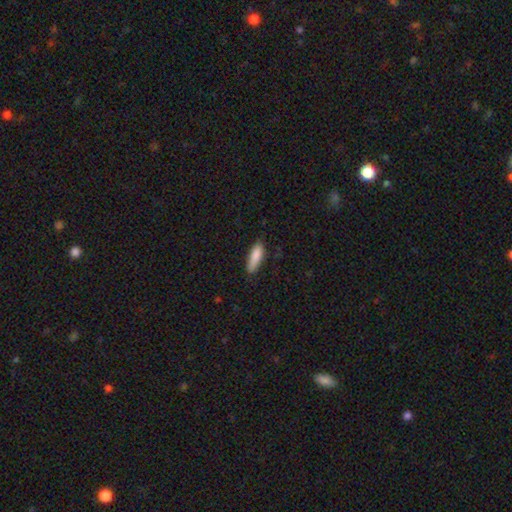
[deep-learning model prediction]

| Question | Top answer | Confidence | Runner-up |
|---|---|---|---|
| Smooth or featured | smooth | 86% | featured or disk (8%) |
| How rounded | cigar-shaped | 51% | in between (47%) |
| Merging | none | 77% | minor disturbance (19%) |